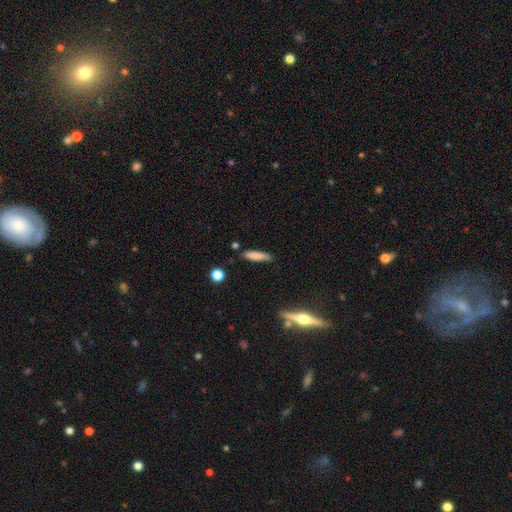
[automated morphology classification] Smooth or featured? smooth (80%)
How rounded? cigar-shaped (82%)
Merging? none (81%)